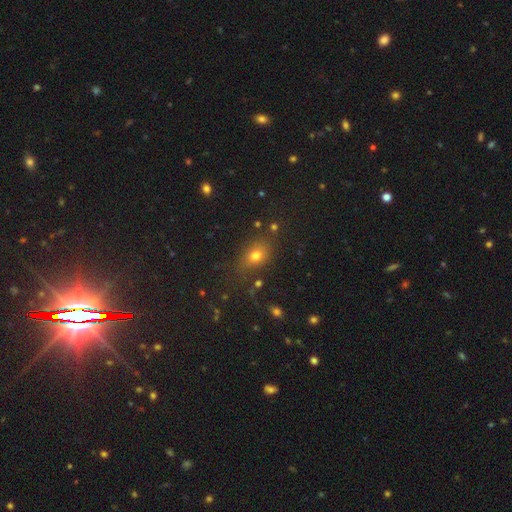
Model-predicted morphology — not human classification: Smooth or featured?
  - smooth: 71% *
  - star or artifact: 19%
  - featured or disk: 11%
How rounded?
  - in between: 60% *
  - round: 37%
  - cigar-shaped: 3%
Merging?
  - none: 76% *
  - minor disturbance: 14%
  - major disturbance: 5%
  - merger: 4%